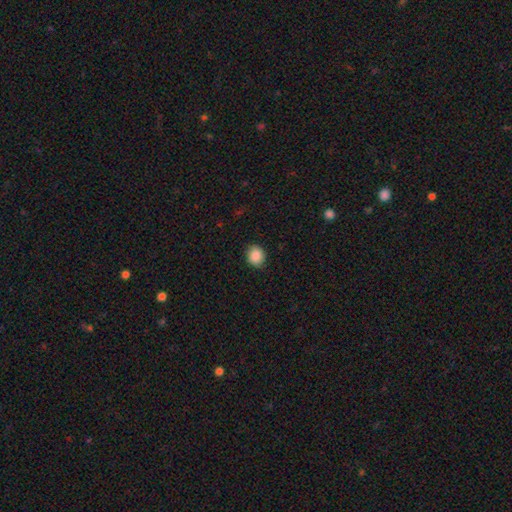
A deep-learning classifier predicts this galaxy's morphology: The model was most divided on "how rounded": round: 74%, in between: 25%, cigar-shaped: 1%. More confident: merging — none (89%); smooth or featured — smooth (88%).